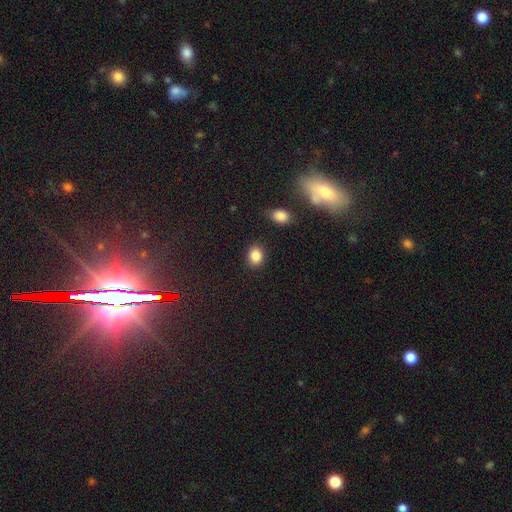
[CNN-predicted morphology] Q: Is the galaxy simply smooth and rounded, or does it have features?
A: smooth — 86%.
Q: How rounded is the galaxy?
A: round — 55%.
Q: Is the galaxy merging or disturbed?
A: none — 85%.